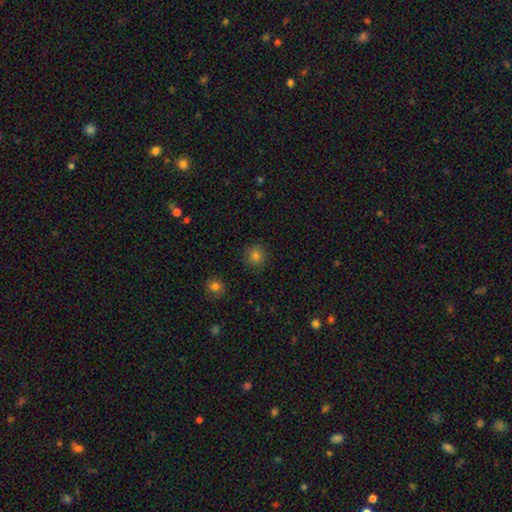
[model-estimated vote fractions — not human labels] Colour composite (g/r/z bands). It shows a smooth galaxy with no disk features (80%) that is round (93%). Merging: none (90%).